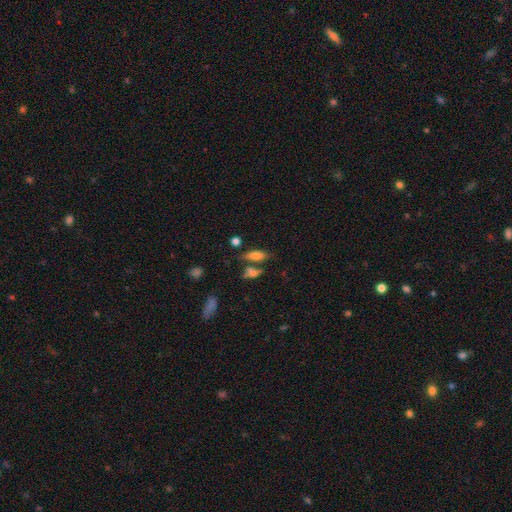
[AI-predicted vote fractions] A smooth galaxy with no disk features (72%) that is in between round and cigar-shaped (65%).

Vote fractions:
- Smooth or featured? smooth: 72% / featured or disk: 18% / star or artifact: 10%
- How rounded? in between: 65% / cigar-shaped: 31% / round: 4%
- Merging? none: 57% / merger: 22% / minor disturbance: 15% / major disturbance: 6%